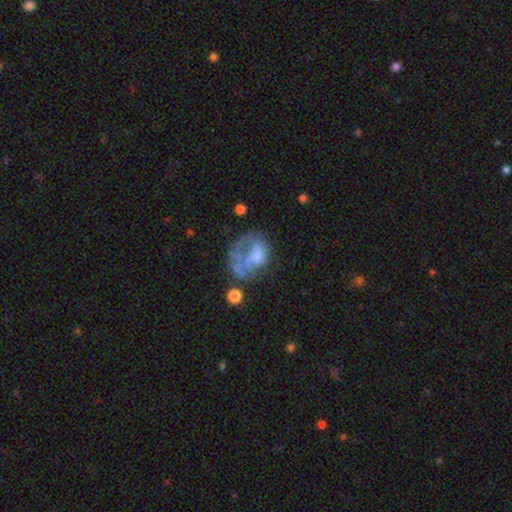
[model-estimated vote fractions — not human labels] smooth_or_featured: featured or disk (p=0.53) [alt: smooth p=0.35]
disk_edge_on: no (p=0.97) [alt: yes p=0.03]
bar: no (p=0.85) [alt: weak p=0.12]
has_spiral_arms: no (p=0.80) [alt: yes p=0.20]
bulge_size: none (p=0.46) [alt: moderate p=0.25]
merging: major disturbance (p=0.39) [alt: none p=0.28]